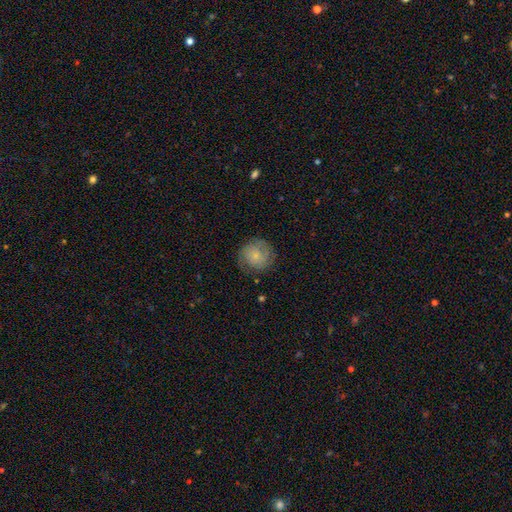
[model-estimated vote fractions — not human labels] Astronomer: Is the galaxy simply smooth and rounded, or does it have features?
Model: smooth — 57% (runner-up: featured or disk, 35%).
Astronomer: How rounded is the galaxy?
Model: round — 90%.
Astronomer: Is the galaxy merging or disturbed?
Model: none — 73%.